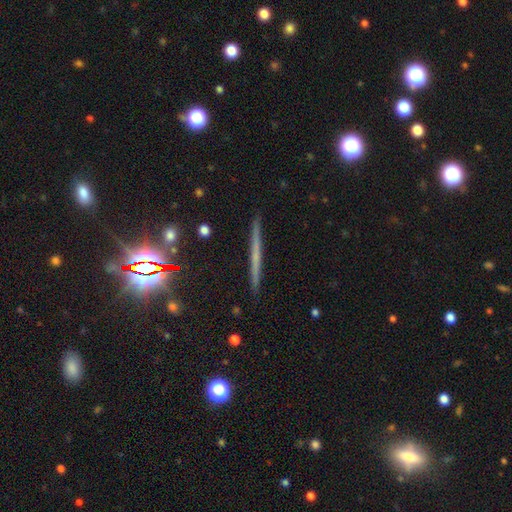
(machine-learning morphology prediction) Smooth or featured? Predicted: featured or disk (p=0.49). Merging? Predicted: none (p=0.91).